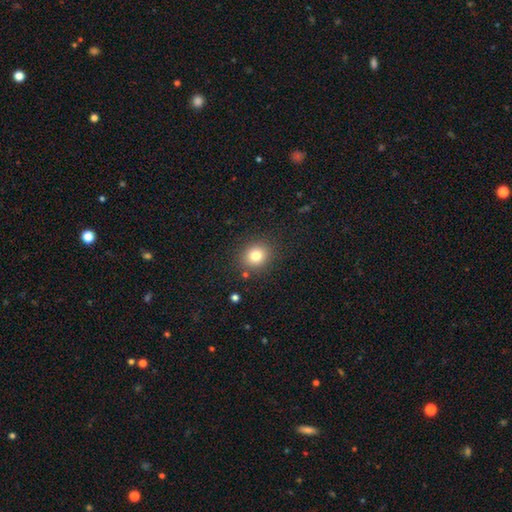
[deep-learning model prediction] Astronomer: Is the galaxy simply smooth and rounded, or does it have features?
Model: smooth — 80%.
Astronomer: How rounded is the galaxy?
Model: round — 75%.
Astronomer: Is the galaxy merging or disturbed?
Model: none — 86%.